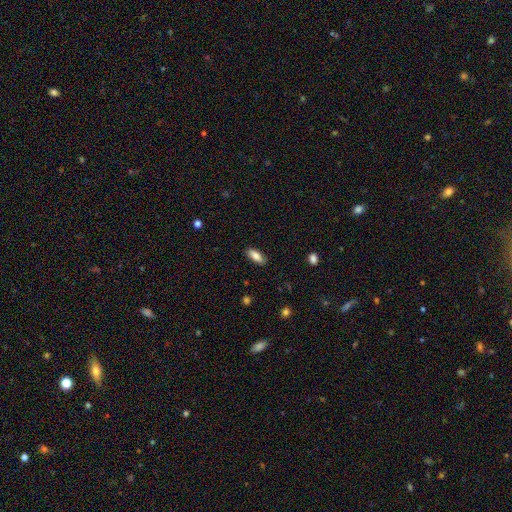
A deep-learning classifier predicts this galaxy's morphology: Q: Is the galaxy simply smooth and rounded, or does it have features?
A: smooth — 81%.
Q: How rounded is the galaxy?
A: in between — 76%.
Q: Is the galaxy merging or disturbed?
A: none — 87%.